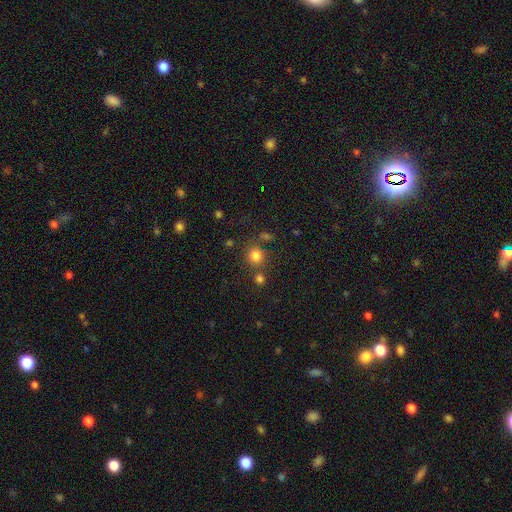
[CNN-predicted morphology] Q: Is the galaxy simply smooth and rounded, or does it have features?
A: smooth — 80%.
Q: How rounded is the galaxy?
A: round — 86%.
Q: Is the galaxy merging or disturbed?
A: none — 70%.